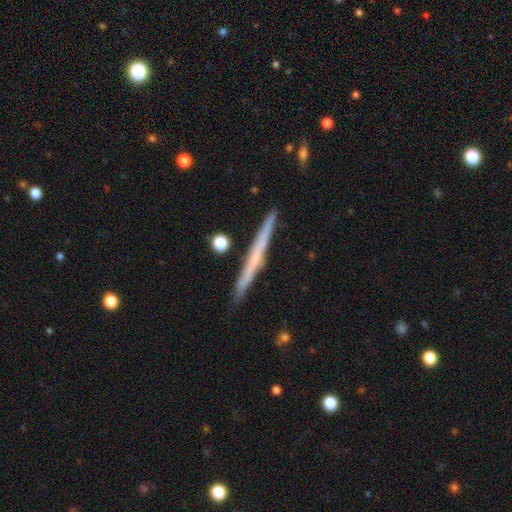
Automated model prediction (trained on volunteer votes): The model was most divided on "smooth or featured": featured or disk: 56%, smooth: 38%, star or artifact: 6%. More confident: edge-on disk — yes (97%); merging — none (90%); edge-on bulge — none (80%).